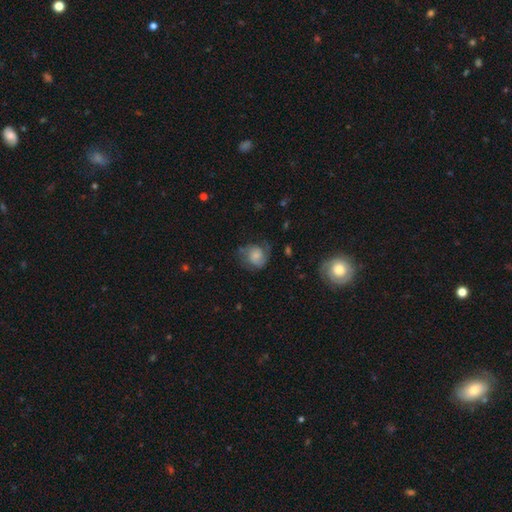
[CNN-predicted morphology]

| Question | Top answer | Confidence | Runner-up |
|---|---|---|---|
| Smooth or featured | featured or disk | 48% | smooth (43%) |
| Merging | none | 55% | minor disturbance (25%) |